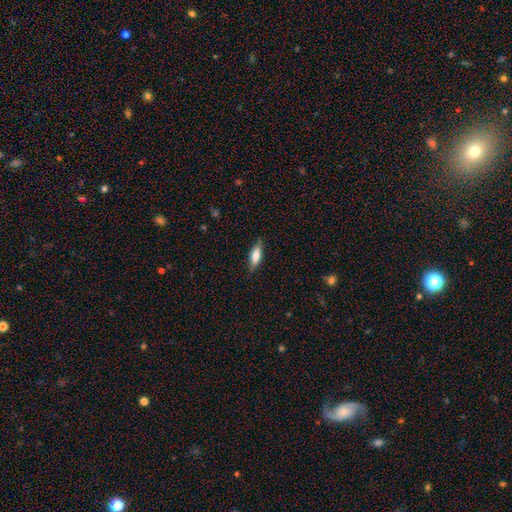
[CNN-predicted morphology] Smooth or featured? Predicted: smooth (p=0.72). How rounded? Predicted: in between (p=0.57). Merging? Predicted: none (p=0.82).